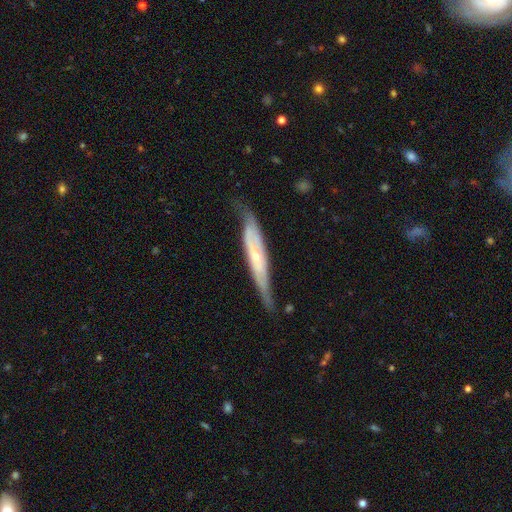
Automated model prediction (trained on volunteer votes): Morphology: type=featured or disk (67%); edge-on=yes (63%); merging=none (62%).